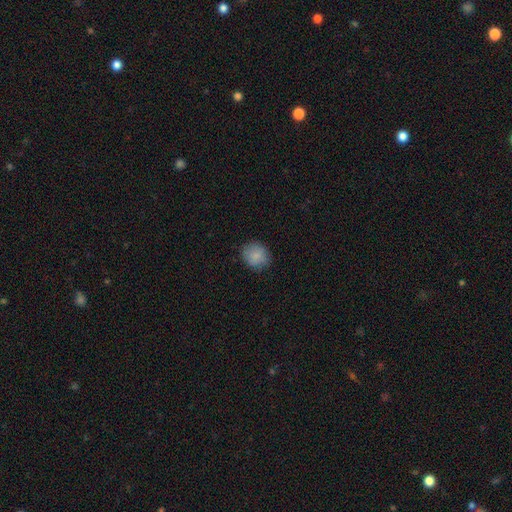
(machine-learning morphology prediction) Smooth or featured: smooth — 84% (star or artifact — 8%)
How rounded: round — 82% (in between — 17%)
Merging: none — 80% (minor disturbance — 16%)